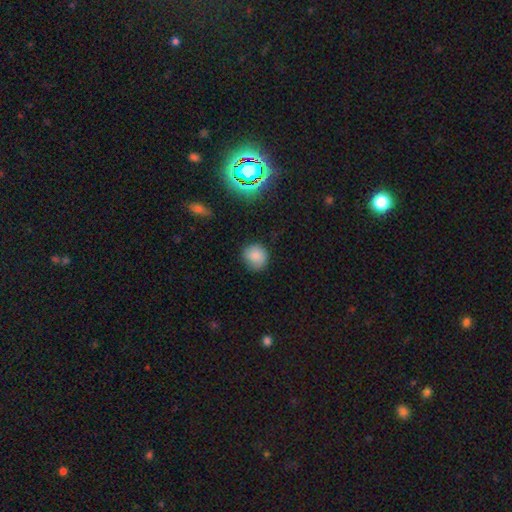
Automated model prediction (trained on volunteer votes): Smooth or featured? Predicted: smooth (p=0.81). How rounded? Predicted: round (p=0.88). Merging? Predicted: none (p=0.81).